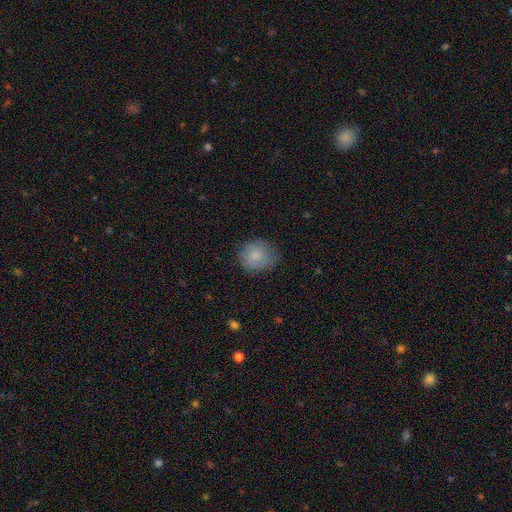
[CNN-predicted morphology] Smooth or featured: smooth — 81% (featured or disk — 11%)
How rounded: round — 76% (in between — 23%)
Merging: none — 72% (minor disturbance — 21%)